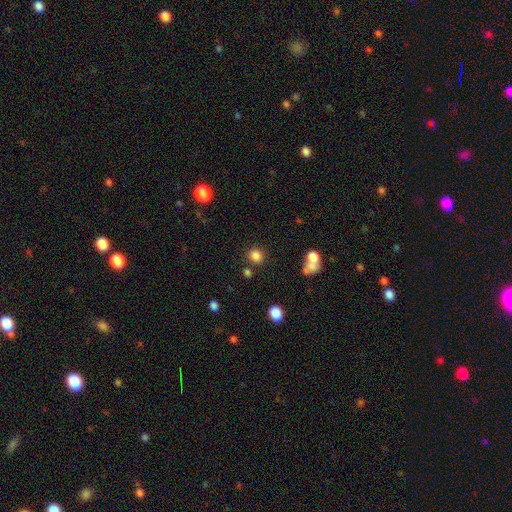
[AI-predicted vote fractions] Smooth or featured? Predicted: smooth (p=0.83). How rounded? Predicted: round (p=0.80). Merging? Predicted: none (p=0.79).